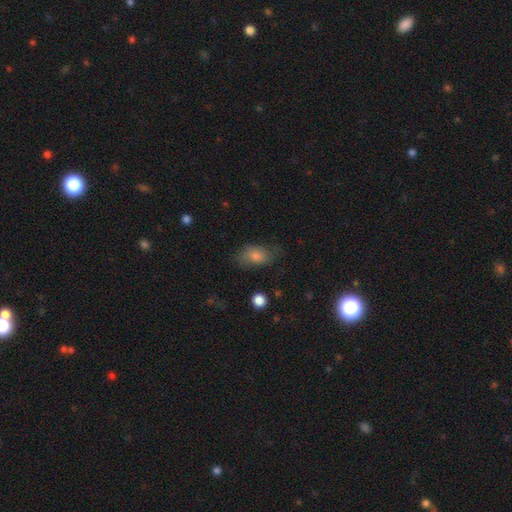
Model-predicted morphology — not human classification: Smooth or featured: smooth — 71% (featured or disk — 17%)
How rounded: in between — 86% (round — 11%)
Merging: none — 65% (minor disturbance — 24%)